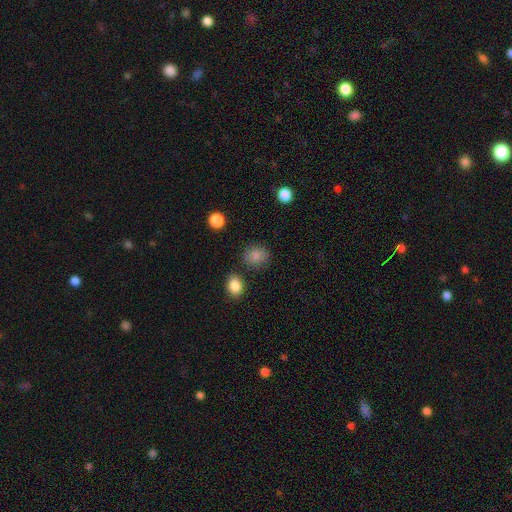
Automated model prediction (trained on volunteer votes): This appears to be a smooth galaxy with no disk features (85%) that is round (72%). Merging: none (80%).